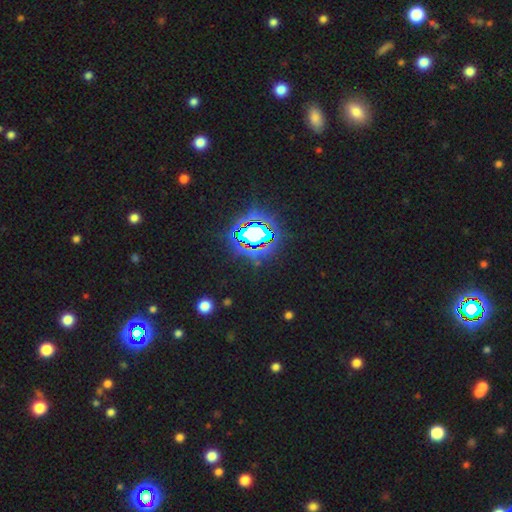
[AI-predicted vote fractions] Smooth or featured? star or artifact (82%)